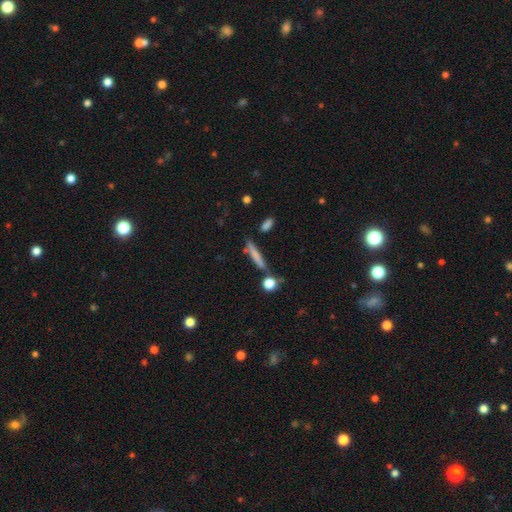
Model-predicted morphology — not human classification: smooth 68%, featured or disk 24%, star or artifact 8%. Down the decision tree: how rounded — cigar-shaped (88%); merging — none (74%).